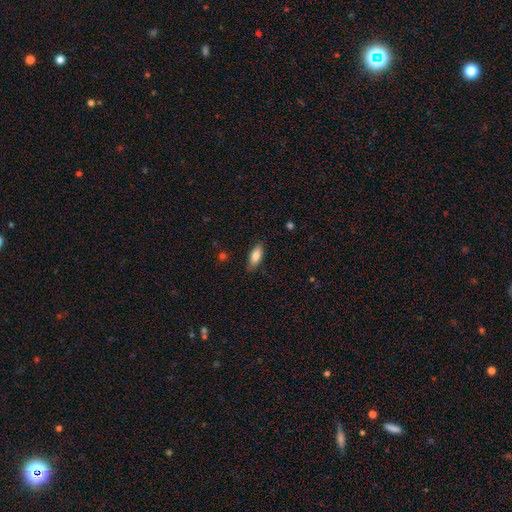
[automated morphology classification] This is clearly a smooth galaxy (83%). How rounded: likely in between (78%). Merging: clearly none (81%).